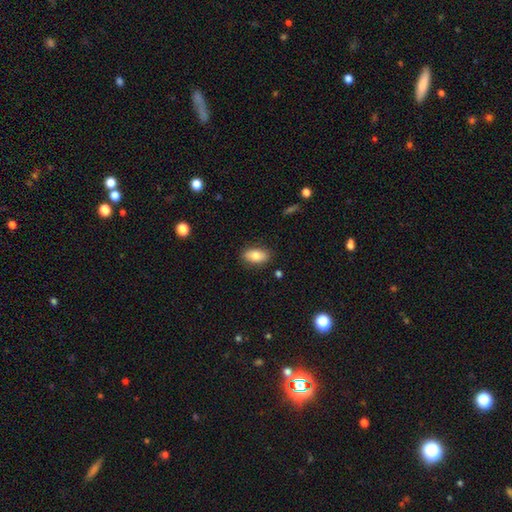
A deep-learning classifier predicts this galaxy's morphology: This is clearly a smooth galaxy (82%). How rounded: clearly in between (90%). Merging: clearly none (86%).